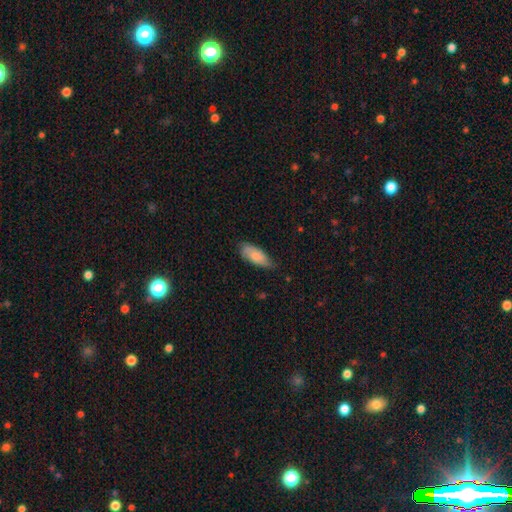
Morphology: type=smooth (82%); roundness=in between (84%); merging=none (72%).